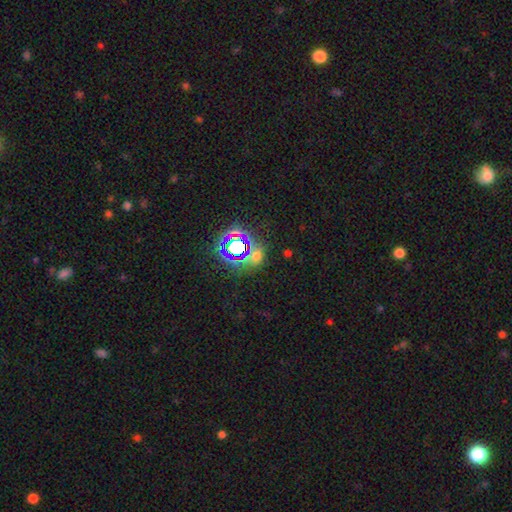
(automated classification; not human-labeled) smooth-or-featured: star or artifact: 56% | smooth: 34% | featured or disk: 10%